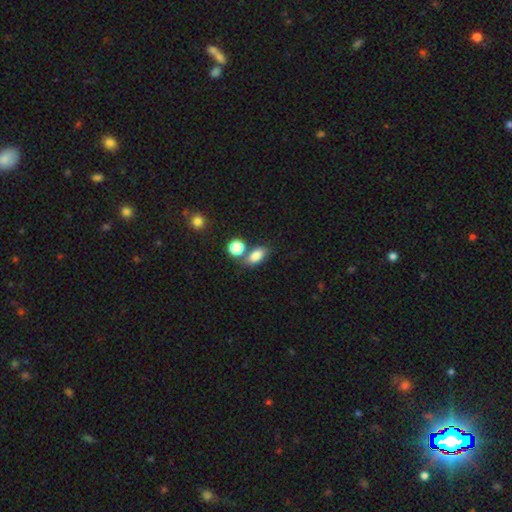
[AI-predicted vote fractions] smooth_or_featured: smooth (p=0.82) [alt: star or artifact p=0.12]
how_rounded: in between (p=0.82) [alt: round p=0.14]
merging: none (p=0.62) [alt: merger p=0.19]